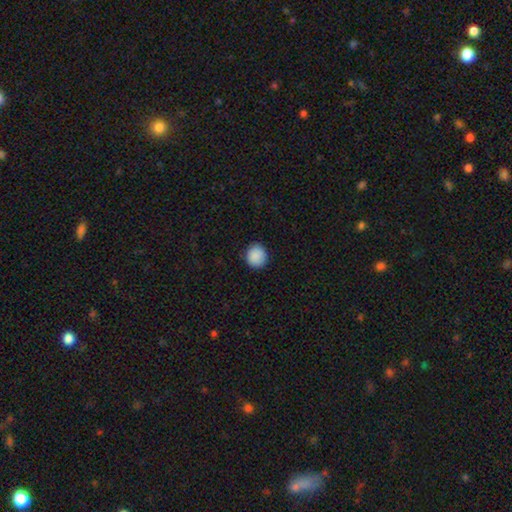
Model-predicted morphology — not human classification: A smooth galaxy with no disk features (89%) that is round (89%).

Vote fractions:
- Smooth or featured? smooth: 89% / star or artifact: 8% / featured or disk: 3%
- How rounded? round: 89% / in between: 10% / cigar-shaped: 1%
- Merging? none: 90% / minor disturbance: 8% / major disturbance: 2% / merger: 1%